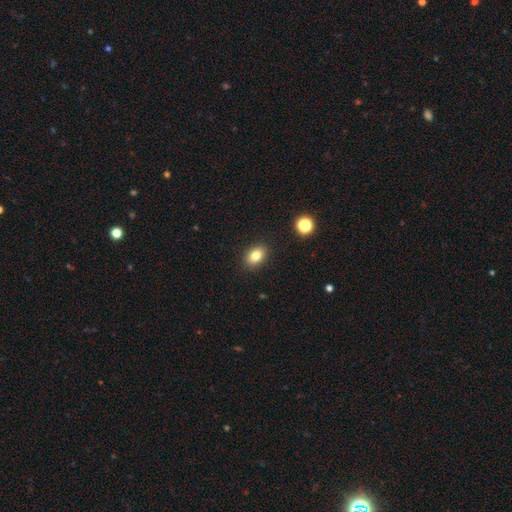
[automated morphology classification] smooth-or-featured: smooth: 82% | star or artifact: 10% | featured or disk: 7%
  how-rounded: in between: 76% | round: 23% | cigar-shaped: 1%
  merging: none: 89% | minor disturbance: 7% | major disturbance: 2% | merger: 1%